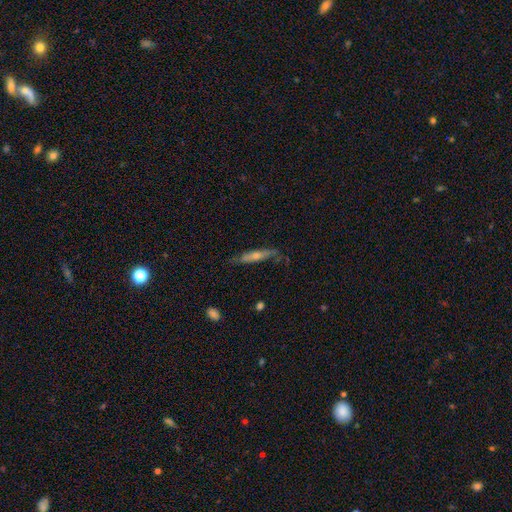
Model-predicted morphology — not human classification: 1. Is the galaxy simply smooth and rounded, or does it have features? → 58% featured or disk, 33% smooth, 8% star or artifact.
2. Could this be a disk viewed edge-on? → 76% yes, 24% no.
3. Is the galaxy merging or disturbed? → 67% none, 22% minor disturbance, 8% major disturbance, 2% merger.